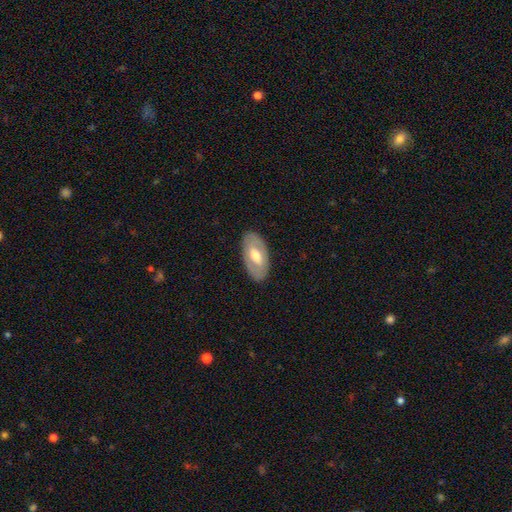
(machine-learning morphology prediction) A featured or disk galaxy (50%).

Vote fractions:
- Smooth or featured? featured or disk: 50% / smooth: 45% / star or artifact: 5%
- Edge-on disk? no: 87% / yes: 13%
- Merging? none: 85% / minor disturbance: 11% / major disturbance: 3% / merger: 1%